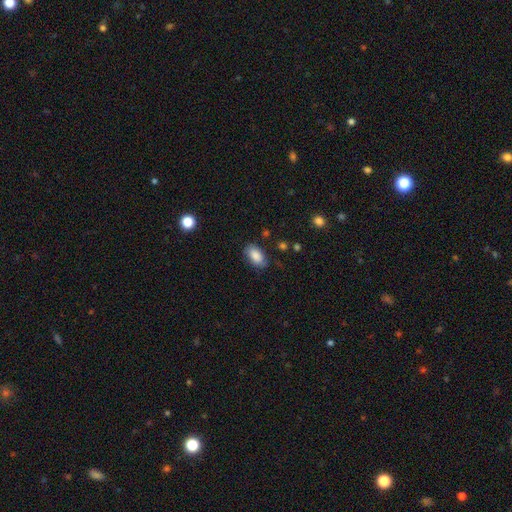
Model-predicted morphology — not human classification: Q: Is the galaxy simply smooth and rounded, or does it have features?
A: smooth — 83%.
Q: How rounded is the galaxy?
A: in between — 92%.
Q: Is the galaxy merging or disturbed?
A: none — 74%.